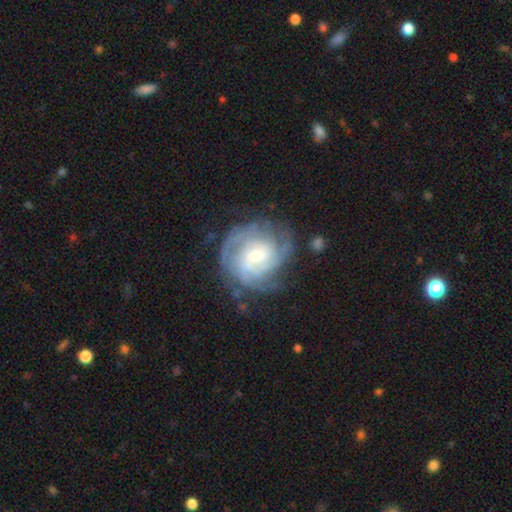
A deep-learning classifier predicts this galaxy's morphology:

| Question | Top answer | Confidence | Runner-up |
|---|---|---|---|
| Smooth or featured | featured or disk | 85% | smooth (10%) |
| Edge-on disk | no | 98% | yes (2%) |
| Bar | no | 53% | weak (39%) |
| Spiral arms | yes | 95% | no (5%) |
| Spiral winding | tight | 64% | medium (30%) |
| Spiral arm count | can't tell | 32% | 3 (23%) |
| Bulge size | moderate | 47% | small (44%) |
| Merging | none | 71% | minor disturbance (18%) |